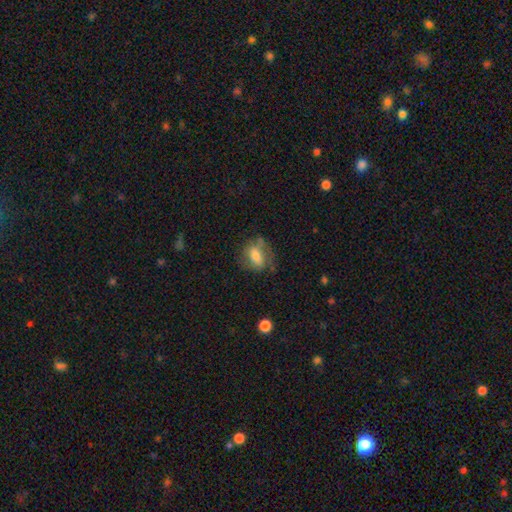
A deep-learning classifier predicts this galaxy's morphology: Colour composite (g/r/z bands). It shows a smooth galaxy with no disk features (61%) that is in between round and cigar-shaped (72%). Merging: none (55%).